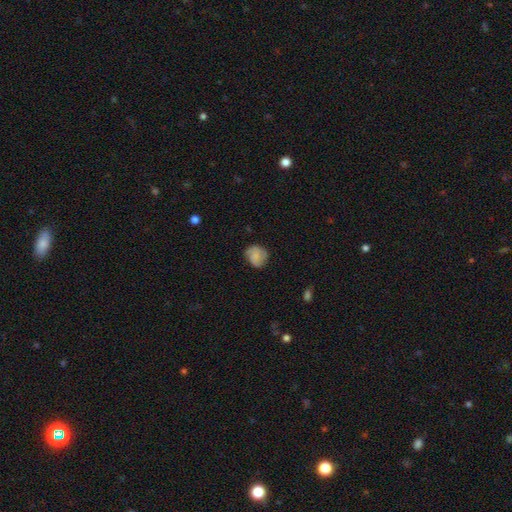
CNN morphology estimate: A smooth galaxy with no disk features (59%) that is round (73%). Merging: none (65%).